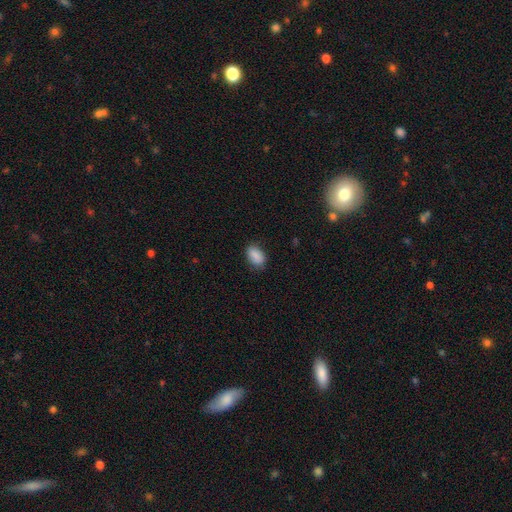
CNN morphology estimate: Smooth or featured? Predicted: smooth (p=0.89). How rounded? Predicted: in between (p=0.90). Merging? Predicted: none (p=0.82).